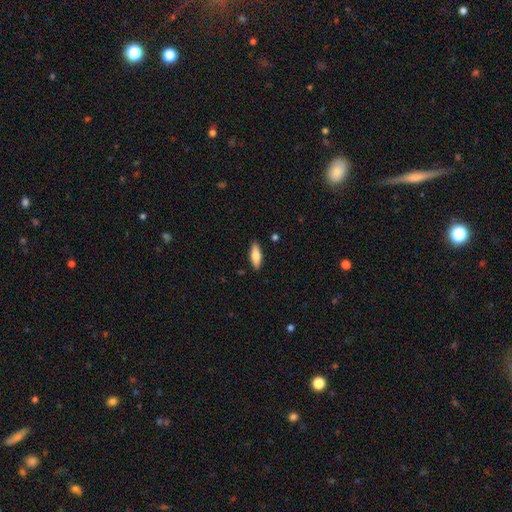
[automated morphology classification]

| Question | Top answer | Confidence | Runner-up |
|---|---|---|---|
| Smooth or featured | smooth | 71% | featured or disk (23%) |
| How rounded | in between | 60% | cigar-shaped (37%) |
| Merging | none | 88% | minor disturbance (9%) |